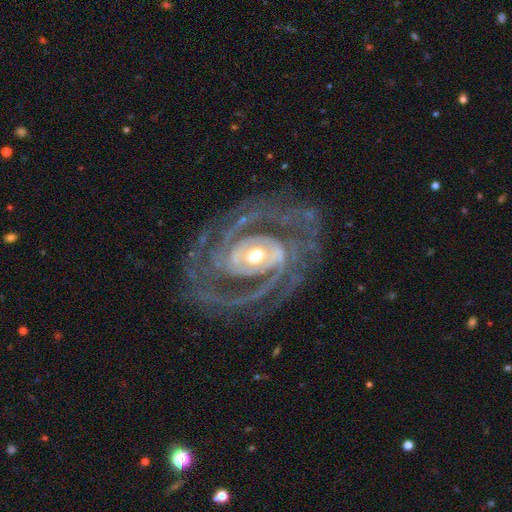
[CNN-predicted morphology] smooth_or_featured: featured or disk (p=0.93) [alt: star or artifact p=0.04]
disk_edge_on: no (p=0.97) [alt: yes p=0.03]
bar: no (p=0.56) [alt: weak p=0.26]
has_spiral_arms: yes (p=0.98) [alt: no p=0.02]
spiral_winding: tight (p=0.56) [alt: medium p=0.34]
spiral_arm_count: 2 (p=0.35) [alt: 3 p=0.19]
bulge_size: moderate (p=0.68) [alt: large p=0.15]
merging: none (p=0.69) [alt: minor disturbance p=0.15]